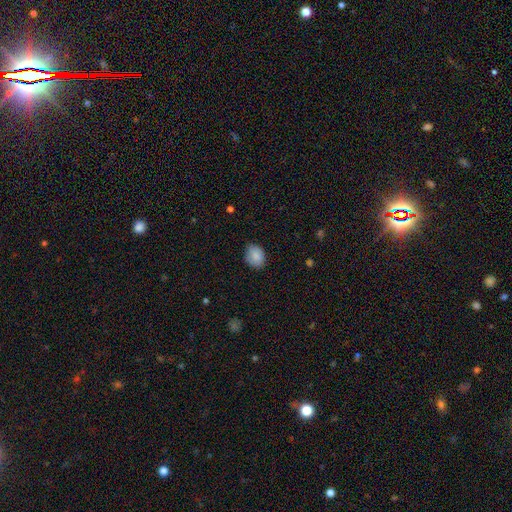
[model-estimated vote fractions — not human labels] smooth 85%, star or artifact 8%, featured or disk 7%. Down the decision tree: how rounded — round (50%); merging — none (73%).